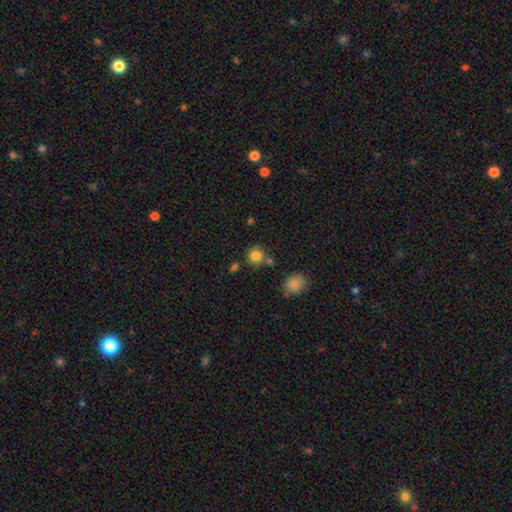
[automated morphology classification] smooth_or_featured: smooth (p=0.83) [alt: star or artifact p=0.12]
how_rounded: round (p=0.90) [alt: in between p=0.09]
merging: none (p=0.72) [alt: merger p=0.14]